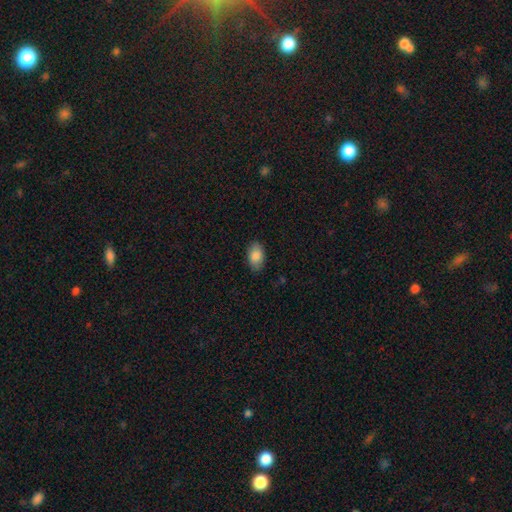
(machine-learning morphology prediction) Smooth or featured? Predicted: smooth (p=0.87). How rounded? Predicted: in between (p=0.92). Merging? Predicted: none (p=0.86).